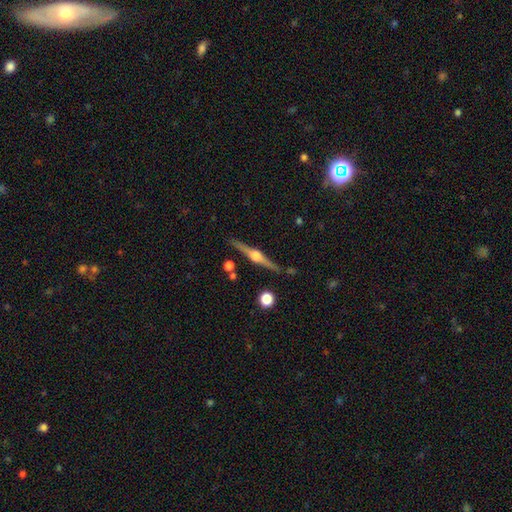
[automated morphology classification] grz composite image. It shows a featured or disk galaxy (85%) viewed edge-on (98%) with a rounded central bulge (92%). Merging: none (89%).